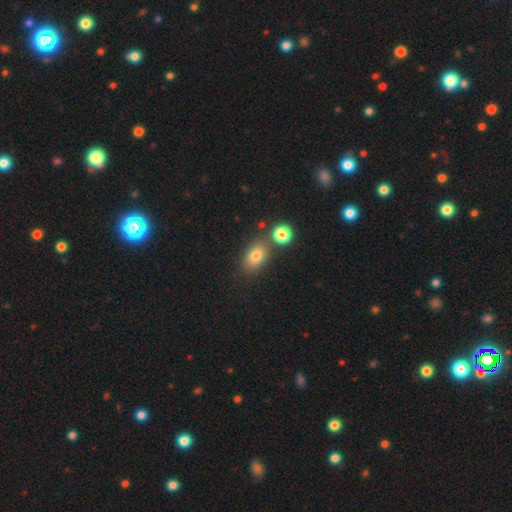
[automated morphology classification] Overall: smooth (77%). How rounded: in between (77%). Merging: none (70%).